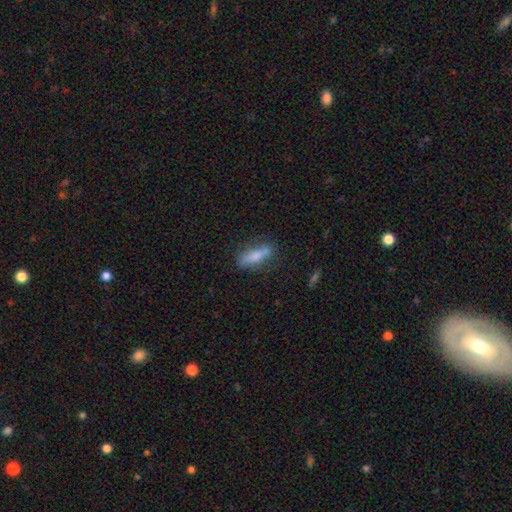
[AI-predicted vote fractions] This is likely a smooth galaxy (69%). How rounded: possibly cigar-shaped (53%). Merging: likely none (69%).